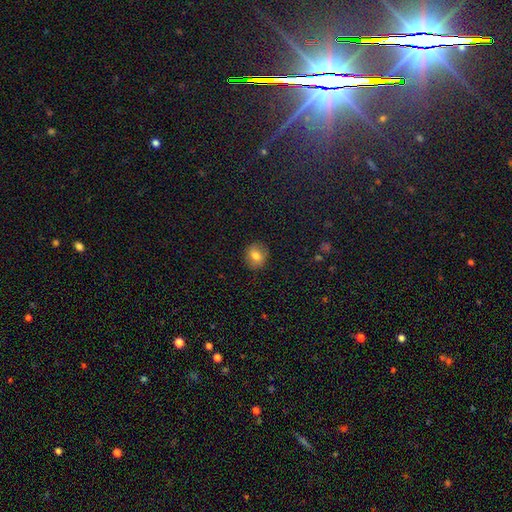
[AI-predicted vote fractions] Smooth or featured? Predicted: smooth (p=0.77). How rounded? Predicted: round (p=0.76). Merging? Predicted: none (p=0.88).